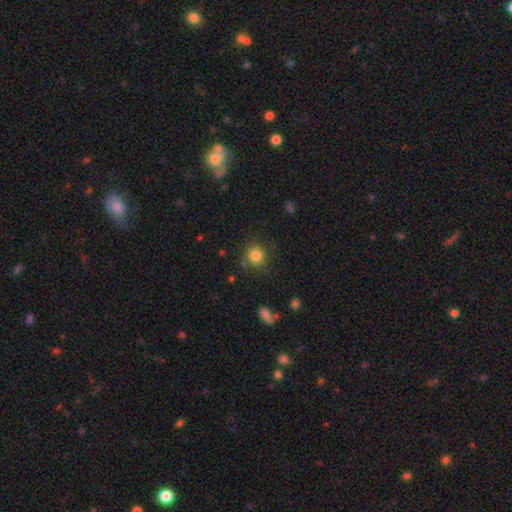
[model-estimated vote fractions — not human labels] Q: Smooth or featured?
A: smooth (83%); runner-up: star or artifact (11%)
Q: How rounded?
A: round (88%); runner-up: in between (11%)
Q: Merging?
A: none (79%); runner-up: minor disturbance (13%)